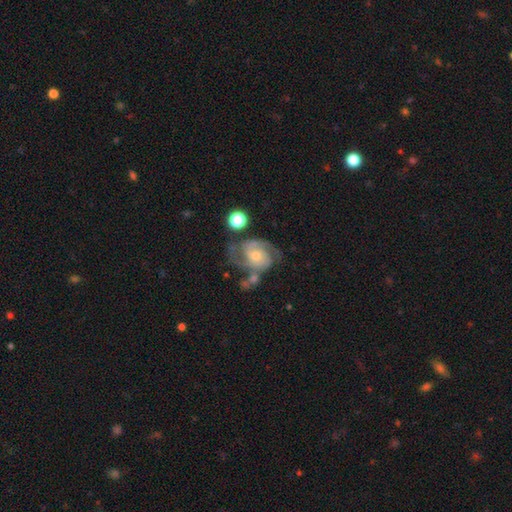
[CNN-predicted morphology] The model was most divided on "spiral winding": medium: 47%, tight: 42%, loose: 11%. More confident: edge-on disk — no (98%); spiral arms — yes (97%); smooth or featured — featured or disk (88%); spiral arm count — 2 (75%); bar — no (66%); merging — none (57%); bulge size — small (50%).